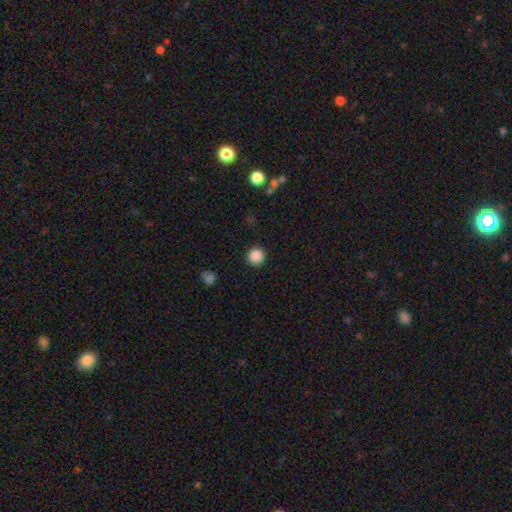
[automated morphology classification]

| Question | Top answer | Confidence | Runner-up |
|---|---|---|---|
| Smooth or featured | smooth | 87% | star or artifact (10%) |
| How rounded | round | 94% | in between (5%) |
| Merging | none | 91% | minor disturbance (6%) |